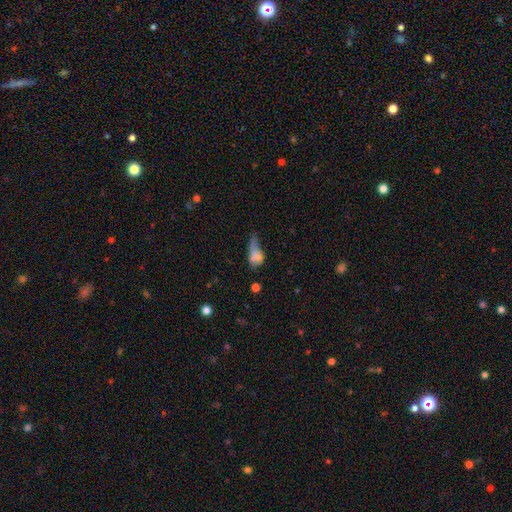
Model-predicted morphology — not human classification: This is likely a smooth galaxy (65%). How rounded: likely in between (75%). Merging: marginally major disturbance (42%).